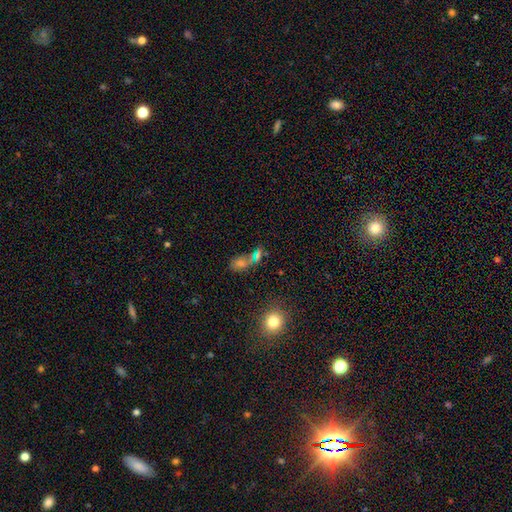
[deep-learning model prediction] smooth_or_featured: smooth (p=0.52) [alt: star or artifact p=0.31]
how_rounded: in between (p=0.71) [alt: round p=0.17]
merging: none (p=0.41) [alt: merger p=0.35]